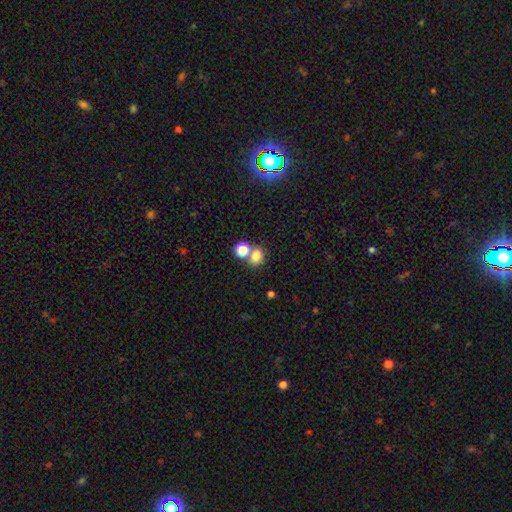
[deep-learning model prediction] Smooth or featured? Predicted: smooth (p=0.78). How rounded? Predicted: round (p=0.51). Merging? Predicted: none (p=0.49).